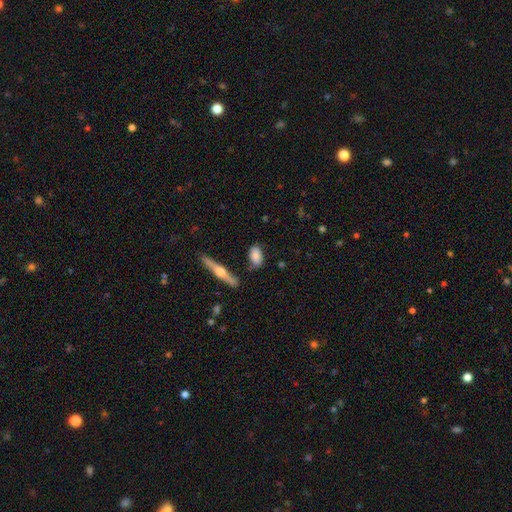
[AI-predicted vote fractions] smooth_or_featured: smooth (p=0.73) [alt: featured or disk p=0.20]
how_rounded: in between (p=0.86) [alt: cigar-shaped p=0.08]
merging: none (p=0.74) [alt: minor disturbance p=0.17]